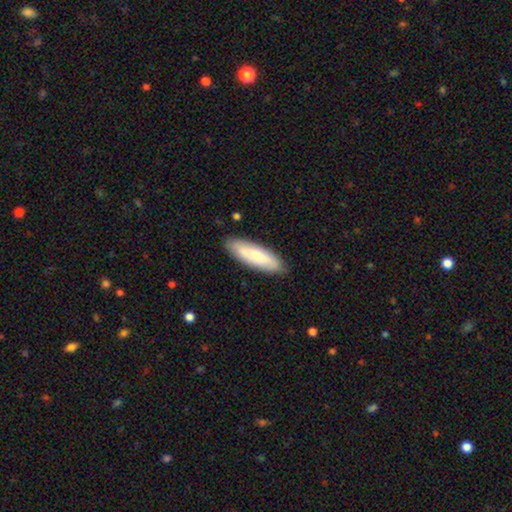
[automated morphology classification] This is likely a smooth galaxy (78%). How rounded: possibly cigar-shaped (50%). Merging: clearly none (86%).